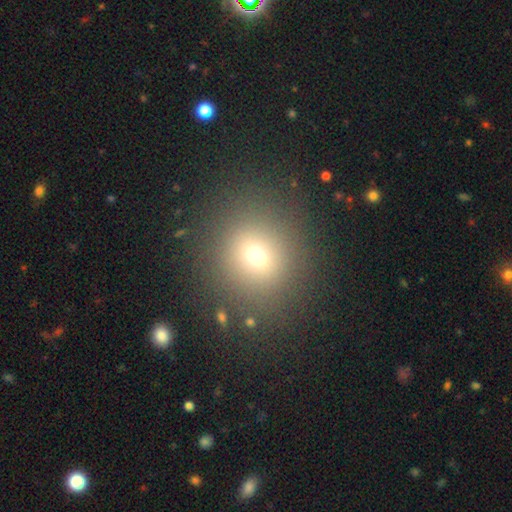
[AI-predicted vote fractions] The model was most divided on "smooth or featured": smooth: 68%, star or artifact: 21%, featured or disk: 11%. More confident: how rounded — round (88%); merging — none (87%).